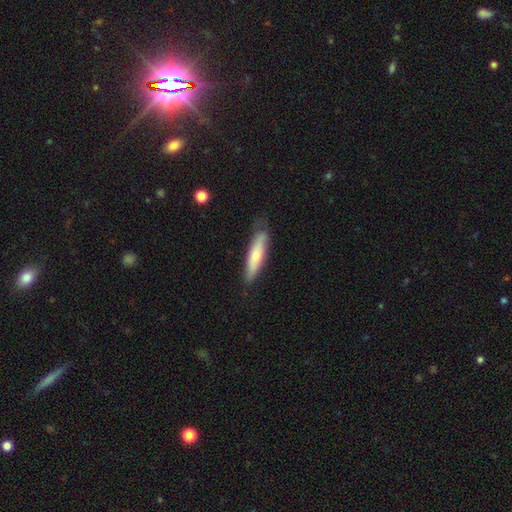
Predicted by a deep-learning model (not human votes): This appears to be a smooth galaxy with no disk features (65%) that is cigar-shaped (73%). Merging: none (75%).